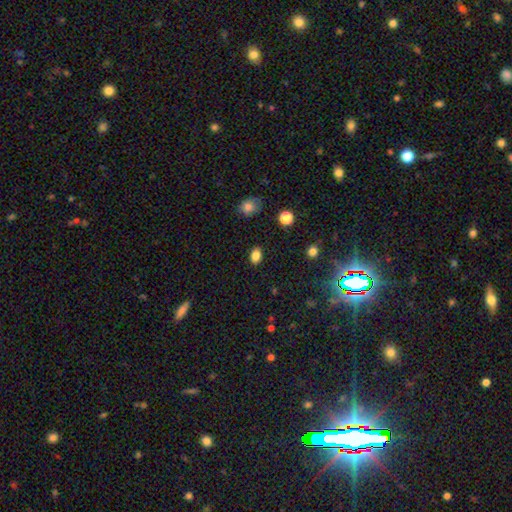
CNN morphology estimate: type=smooth (85%); roundness=in between (81%); merging=none (88%).